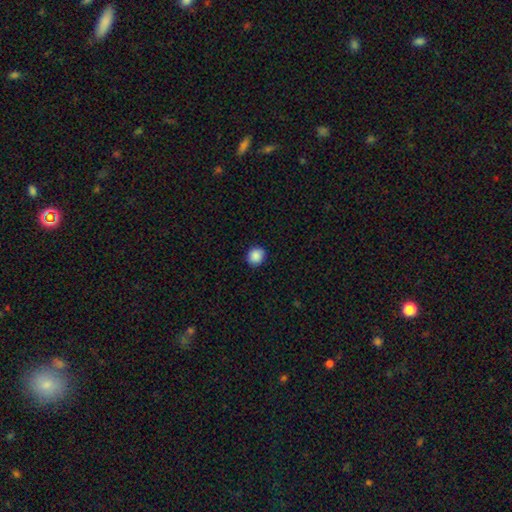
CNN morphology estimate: A smooth galaxy with no disk features (88%) that is round (82%). Merging: none (90%).